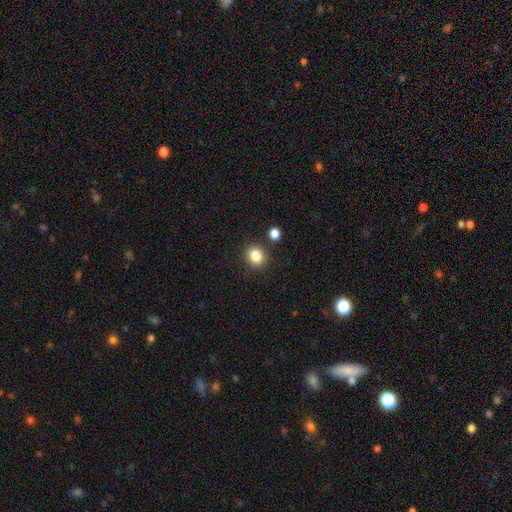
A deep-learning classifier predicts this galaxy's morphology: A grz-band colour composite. It shows a smooth galaxy with no disk features (85%) that is round (79%). Merging: none (86%).